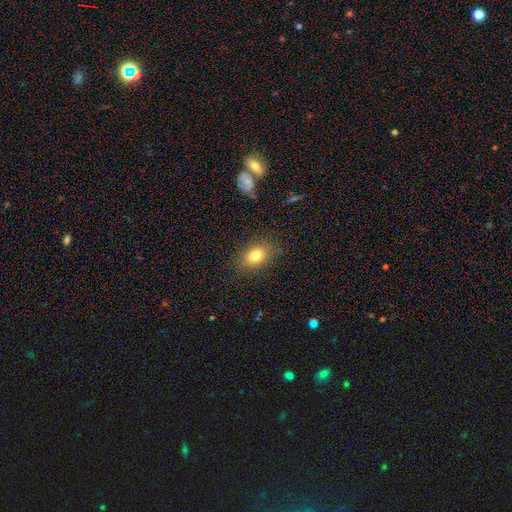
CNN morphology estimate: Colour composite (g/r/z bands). It shows a smooth galaxy with no disk features (79%) that is in between round and cigar-shaped (79%). Merging: none (83%).